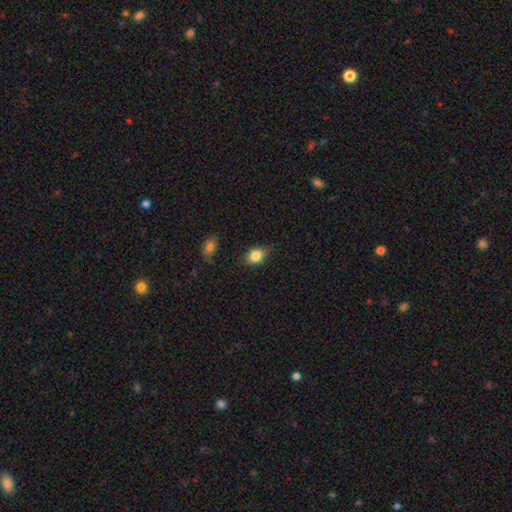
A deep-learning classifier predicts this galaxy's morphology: Smooth or featured? Predicted: smooth (p=0.83). How rounded? Predicted: in between (p=0.62). Merging? Predicted: none (p=0.73).